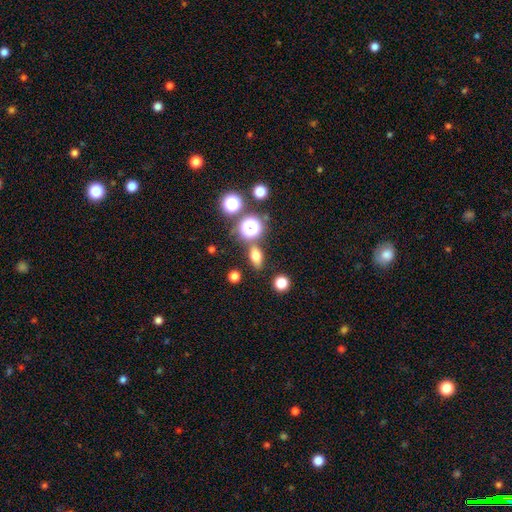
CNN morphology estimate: Smooth or featured? smooth (68%)
How rounded? in between (69%)
Merging? none (79%)